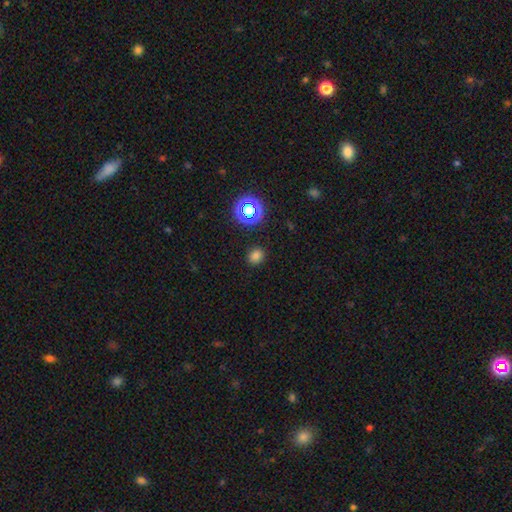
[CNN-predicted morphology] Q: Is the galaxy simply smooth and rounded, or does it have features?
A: smooth — 76%.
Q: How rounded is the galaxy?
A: round — 73%.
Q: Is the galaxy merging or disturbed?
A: none — 88%.